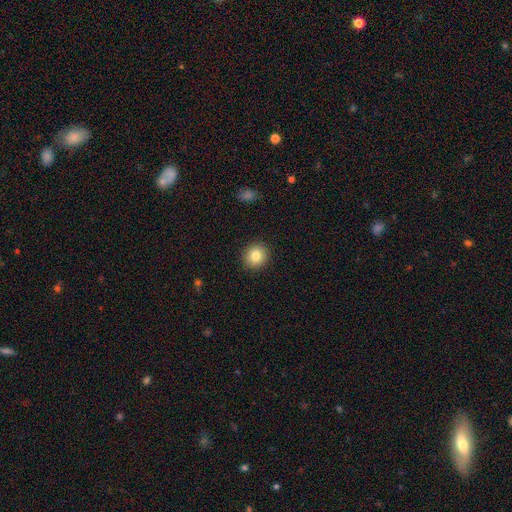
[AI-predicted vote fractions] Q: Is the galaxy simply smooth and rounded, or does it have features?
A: smooth — 83%.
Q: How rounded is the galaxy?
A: round — 87%.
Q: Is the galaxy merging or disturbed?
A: none — 92%.